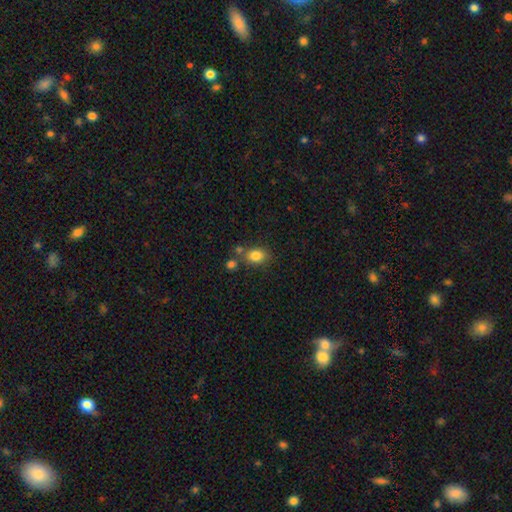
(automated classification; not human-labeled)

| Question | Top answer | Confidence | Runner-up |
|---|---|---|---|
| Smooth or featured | smooth | 83% | star or artifact (10%) |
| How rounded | in between | 60% | round (39%) |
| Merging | none | 65% | merger (17%) |